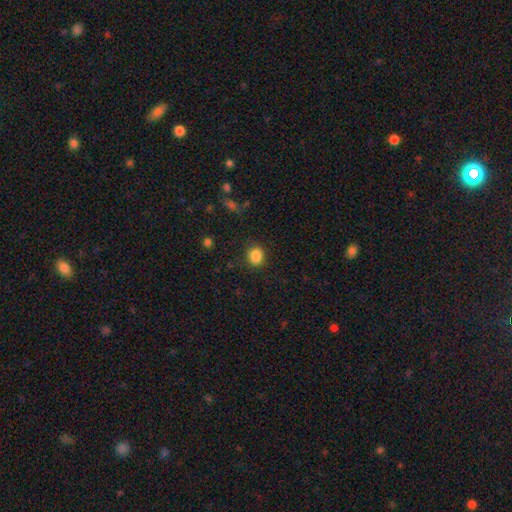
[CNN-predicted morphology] smooth 86%, star or artifact 10%, featured or disk 4%. Down the decision tree: how rounded — round (59%); merging — none (85%).